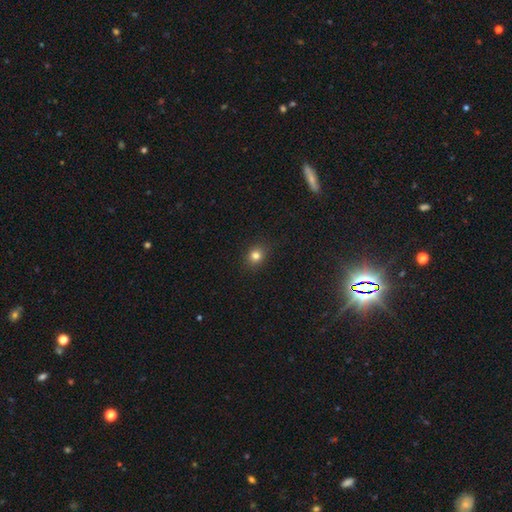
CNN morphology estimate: The model was most divided on "how rounded": round: 71%, in between: 28%, cigar-shaped: 1%. More confident: merging — none (89%); smooth or featured — smooth (80%).